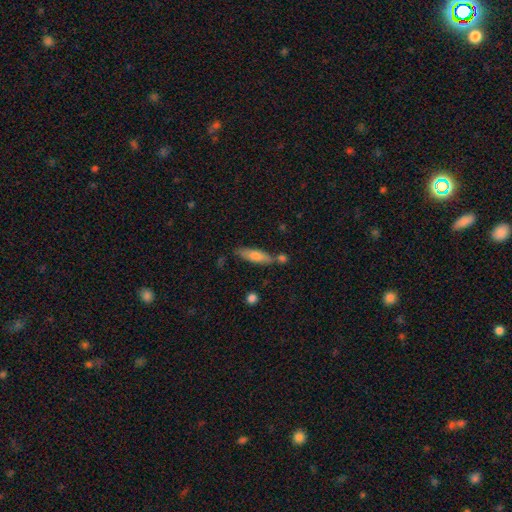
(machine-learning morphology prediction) The model was most divided on "how rounded": cigar-shaped: 66%, in between: 32%, round: 2%. More confident: smooth or featured — smooth (69%); merging — none (67%).